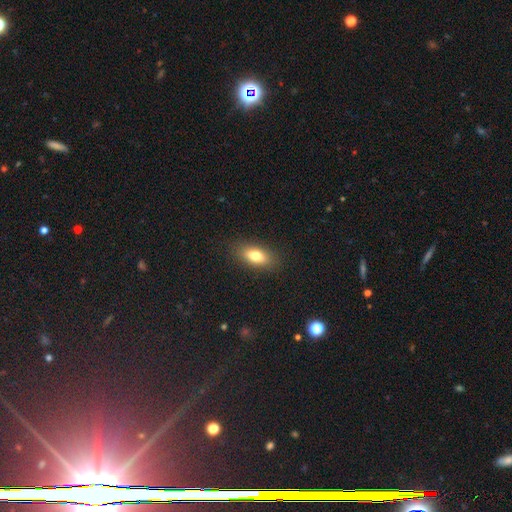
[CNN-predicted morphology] Smooth or featured?
  - smooth: 77% *
  - featured or disk: 15%
  - star or artifact: 8%
How rounded?
  - in between: 82% *
  - cigar-shaped: 12%
  - round: 6%
Merging?
  - none: 87% *
  - minor disturbance: 9%
  - major disturbance: 3%
  - merger: 1%